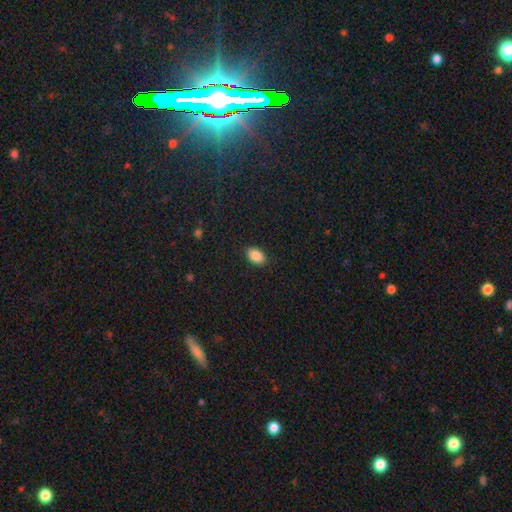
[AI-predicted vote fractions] smooth 89%, star or artifact 8%, featured or disk 3%. Down the decision tree: how rounded — in between (90%); merging — none (88%).